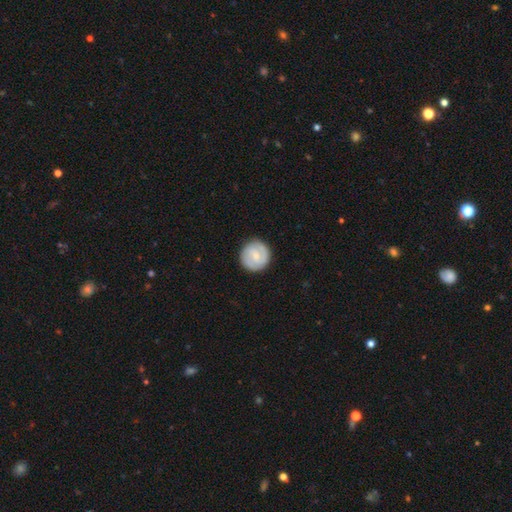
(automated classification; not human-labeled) smooth_or_featured: featured or disk (p=0.62) [alt: smooth p=0.33]
disk_edge_on: no (p=0.98) [alt: yes p=0.02]
bar: weak (p=0.54) [alt: no p=0.33]
has_spiral_arms: yes (p=0.90) [alt: no p=0.10]
spiral_winding: tight (p=0.55) [alt: medium p=0.36]
spiral_arm_count: 2 (p=0.75) [alt: can't tell p=0.13]
bulge_size: small (p=0.61) [alt: moderate p=0.30]
merging: none (p=0.88) [alt: minor disturbance p=0.08]